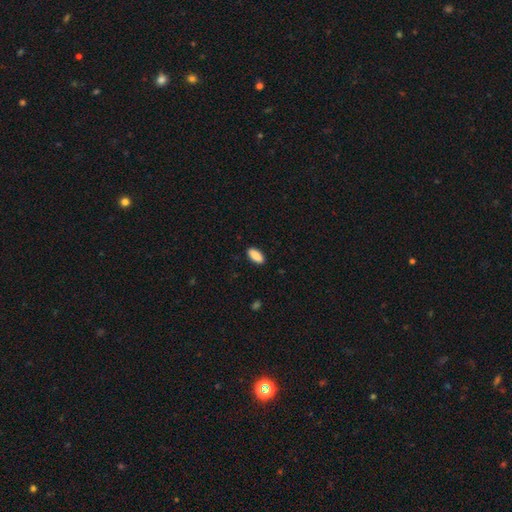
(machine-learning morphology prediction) Smooth or featured?
  - smooth: 89% *
  - star or artifact: 6%
  - featured or disk: 5%
How rounded?
  - in between: 86% *
  - cigar-shaped: 12%
  - round: 2%
Merging?
  - none: 90% *
  - minor disturbance: 8%
  - major disturbance: 2%
  - merger: 1%